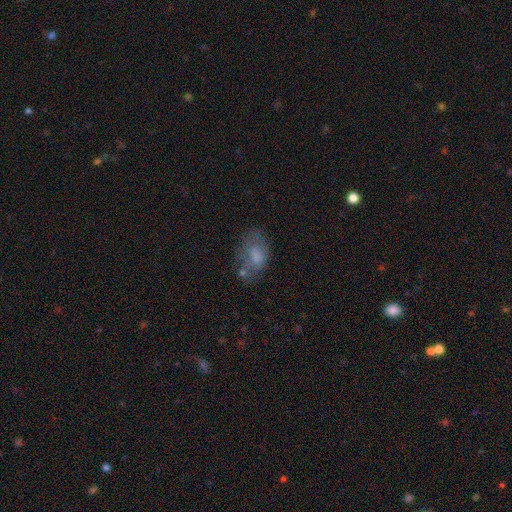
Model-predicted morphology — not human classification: smooth_or_featured: smooth (p=0.65) [alt: featured or disk p=0.24]
how_rounded: in between (p=0.87) [alt: round p=0.12]
merging: none (p=0.45) [alt: minor disturbance p=0.26]